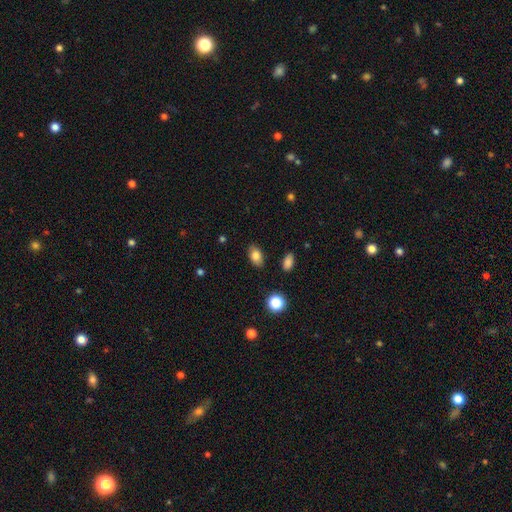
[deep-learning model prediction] Morphology: type=smooth (82%); roundness=in between (87%); merging=none (85%).